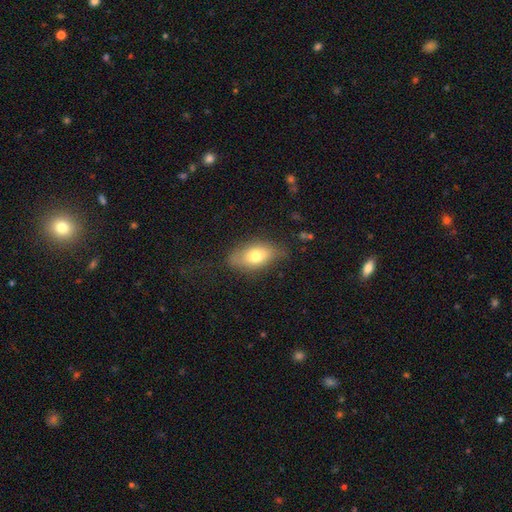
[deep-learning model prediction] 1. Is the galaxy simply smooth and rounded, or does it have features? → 72% smooth, 20% featured or disk, 8% star or artifact.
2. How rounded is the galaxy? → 87% in between, 8% round, 5% cigar-shaped.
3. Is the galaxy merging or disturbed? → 69% none, 23% minor disturbance, 7% major disturbance, 2% merger.